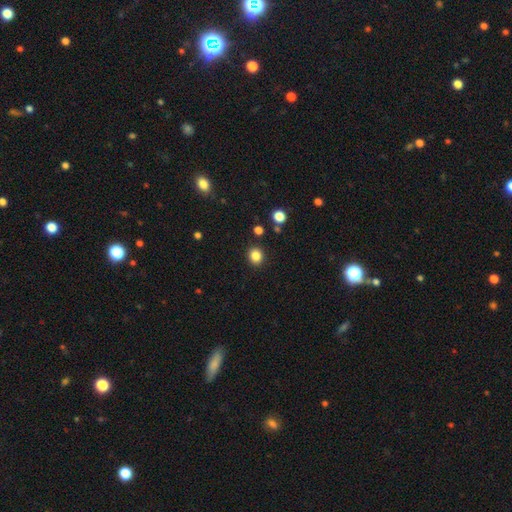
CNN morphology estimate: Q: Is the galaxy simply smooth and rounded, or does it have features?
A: smooth — 84%.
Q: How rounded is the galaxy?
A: round — 82%.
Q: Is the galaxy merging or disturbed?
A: none — 90%.